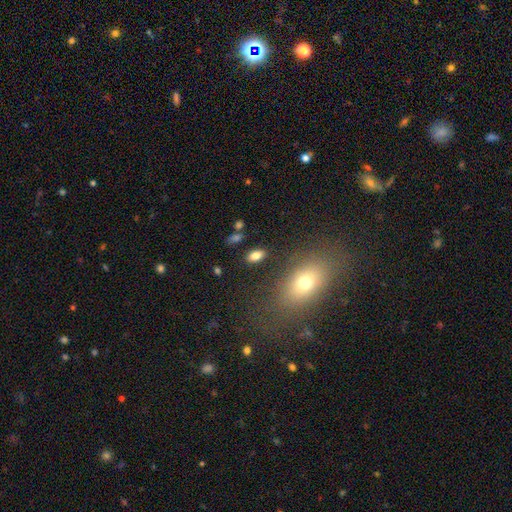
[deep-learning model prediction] Q: Smooth or featured?
A: smooth (80%); runner-up: featured or disk (10%)
Q: How rounded?
A: in between (90%); runner-up: round (6%)
Q: Merging?
A: none (84%); runner-up: minor disturbance (9%)